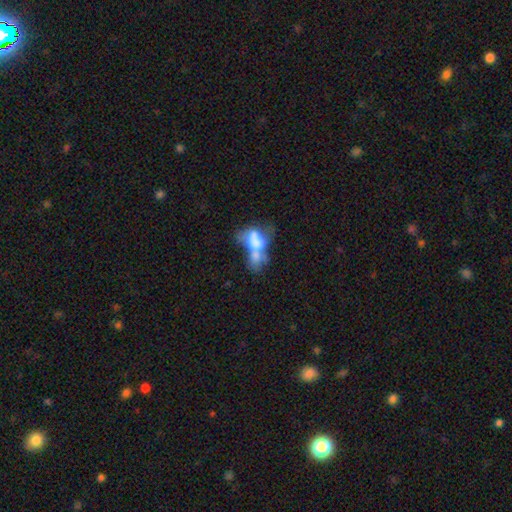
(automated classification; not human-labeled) Smooth or featured? Predicted: smooth (p=0.52). How rounded? Predicted: in between (p=0.79). Merging? Predicted: merger (p=0.71).